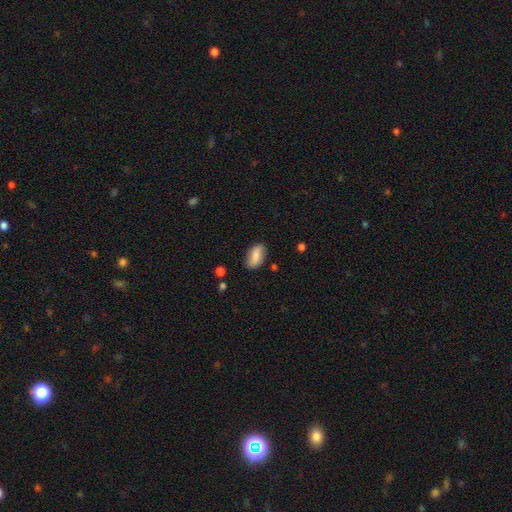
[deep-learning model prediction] The model was most divided on "merging": none: 78%, minor disturbance: 16%, major disturbance: 3%, merger: 2%. More confident: how rounded — in between (90%); smooth or featured — smooth (77%).